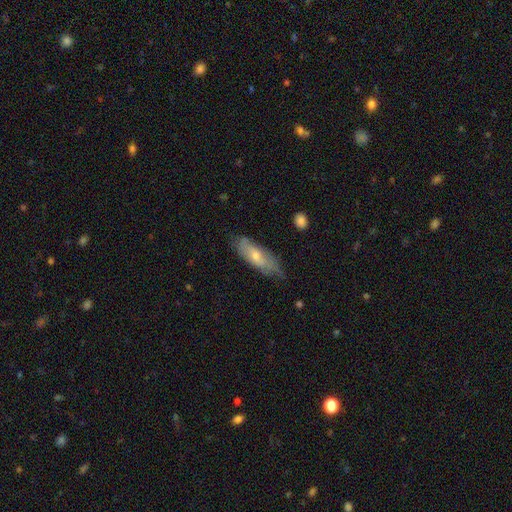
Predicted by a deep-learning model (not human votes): Overall: smooth (50%; featured or disk 44%). Merging: none (68%).